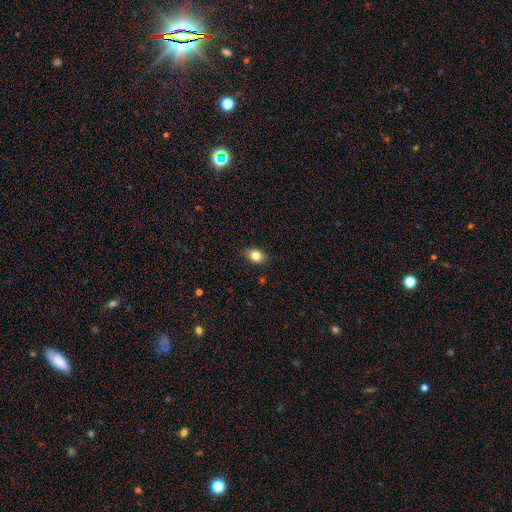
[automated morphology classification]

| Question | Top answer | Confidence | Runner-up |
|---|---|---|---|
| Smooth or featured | smooth | 84% | star or artifact (9%) |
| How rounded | in between | 65% | round (34%) |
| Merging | none | 86% | minor disturbance (11%) |